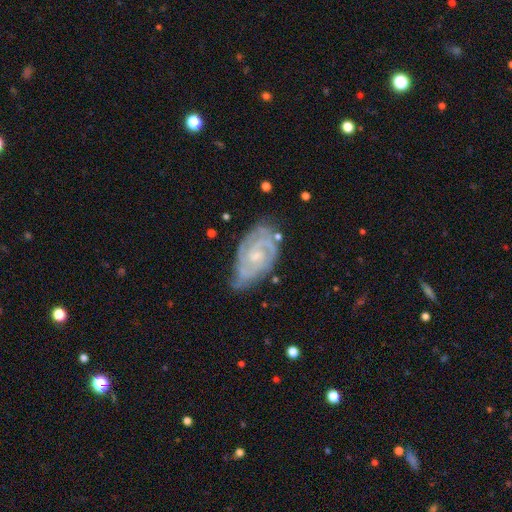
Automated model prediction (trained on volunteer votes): This is clearly a featured or disk galaxy (87%). It is clearly not viewed edge-on (96%). Bar: possibly no (58%). Spiral arm pattern: clearly yes (97%). Spiral arm count: possibly 2 (54%). Spiral winding: likely tight (68%). Central bulge: possibly small (56%). Merging: likely none (65%).